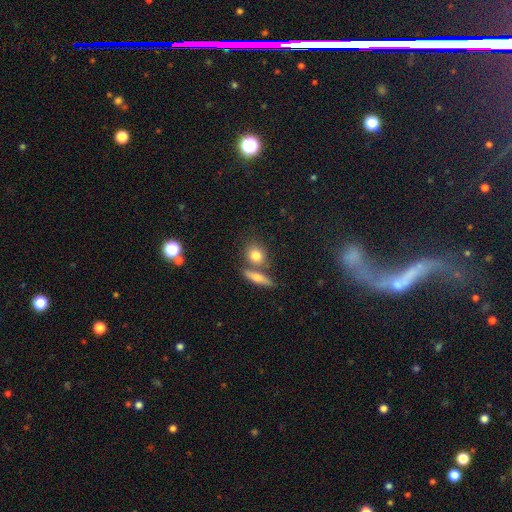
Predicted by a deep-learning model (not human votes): This is likely a smooth galaxy (79%). How rounded: likely round (60%). Merging: likely none (62%).